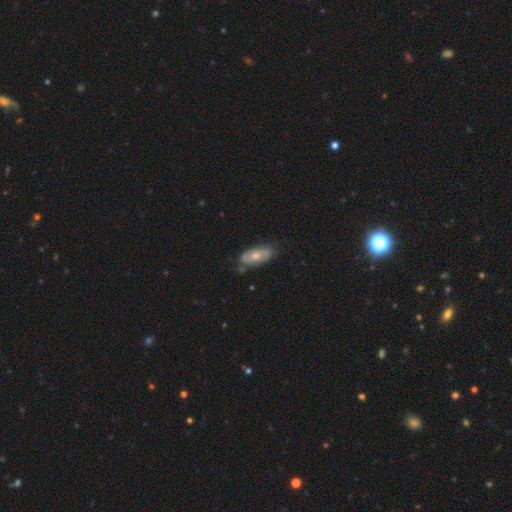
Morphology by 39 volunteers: This appears to be a smooth galaxy with no disk features (46%) that is in between round and cigar-shaped (83%). Merging: none (60%).